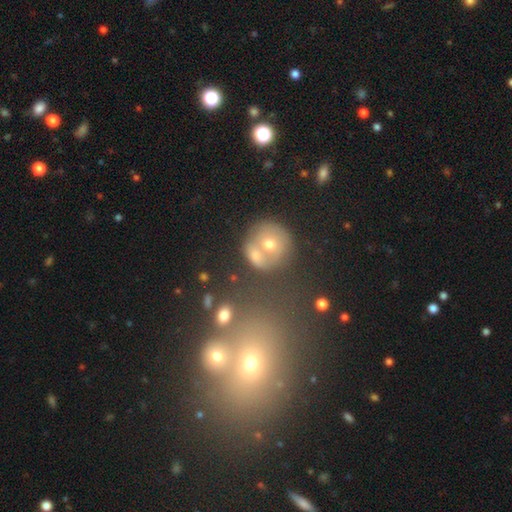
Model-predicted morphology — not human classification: The model was most divided on "merging": merger: 53%, none: 32%, minor disturbance: 9%, major disturbance: 6%. More confident: how rounded — round (75%); smooth or featured — smooth (62%).